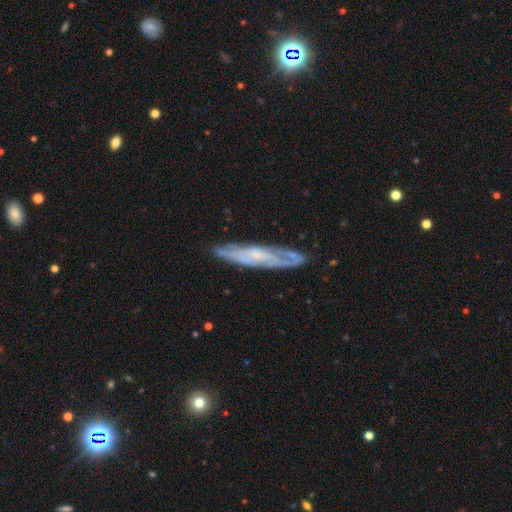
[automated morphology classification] smooth_or_featured: featured or disk (p=0.72) [alt: smooth p=0.21]
disk_edge_on: yes (p=0.52) [alt: no p=0.48]
merging: none (p=0.78) [alt: minor disturbance p=0.16]